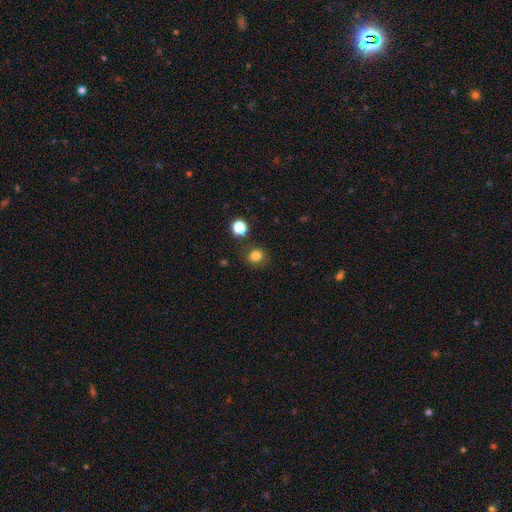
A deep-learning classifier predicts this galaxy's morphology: The model was most divided on "how rounded": round: 83%, in between: 16%, cigar-shaped: 1%. More confident: merging — none (82%); smooth or featured — smooth (81%).